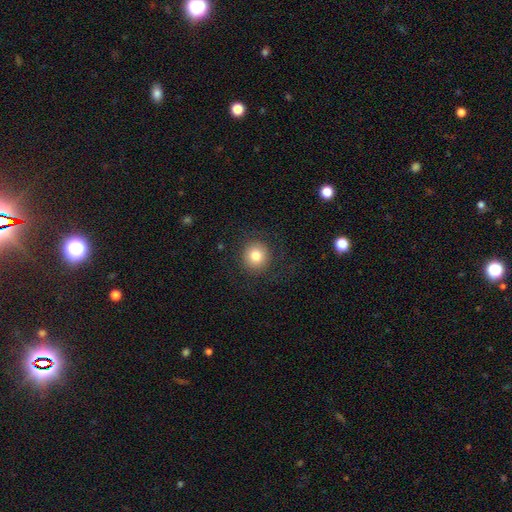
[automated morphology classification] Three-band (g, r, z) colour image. It shows a smooth galaxy with no disk features (80%) that is round (92%). Merging: none (87%).